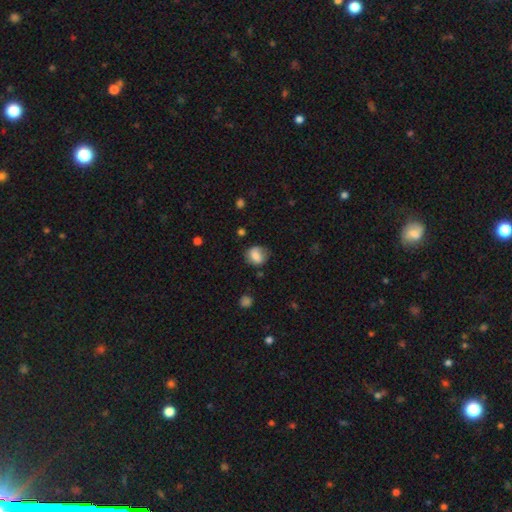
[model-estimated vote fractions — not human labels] Overall: smooth (75%). How rounded: round (64%; in between 35%). Merging: none (65%).